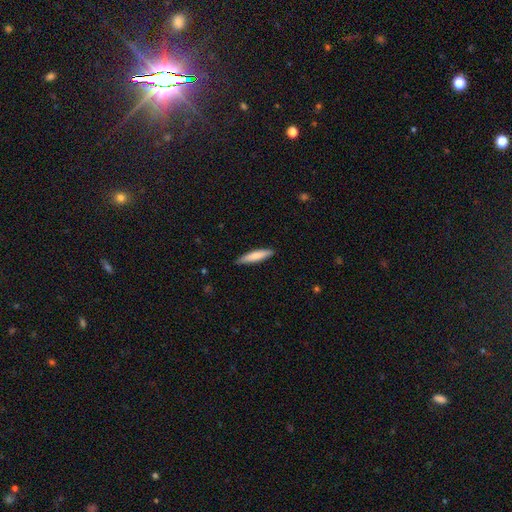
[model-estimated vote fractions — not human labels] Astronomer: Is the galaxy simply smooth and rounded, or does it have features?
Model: smooth — 76%.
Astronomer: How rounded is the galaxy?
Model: cigar-shaped — 85%.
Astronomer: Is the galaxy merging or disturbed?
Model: none — 89%.